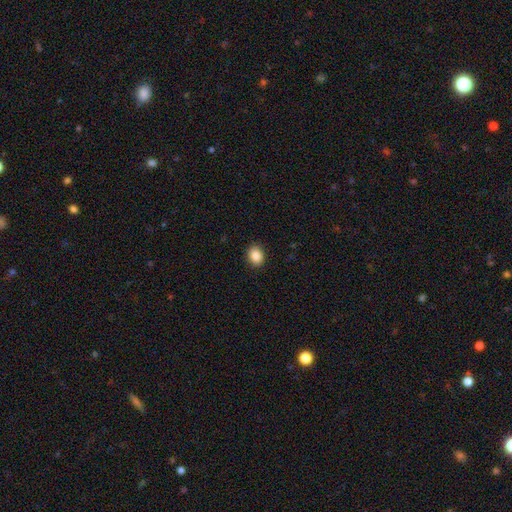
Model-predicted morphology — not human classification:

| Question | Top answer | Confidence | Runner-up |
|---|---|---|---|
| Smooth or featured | smooth | 87% | star or artifact (9%) |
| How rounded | in between | 50% | round (49%) |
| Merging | none | 90% | minor disturbance (7%) |